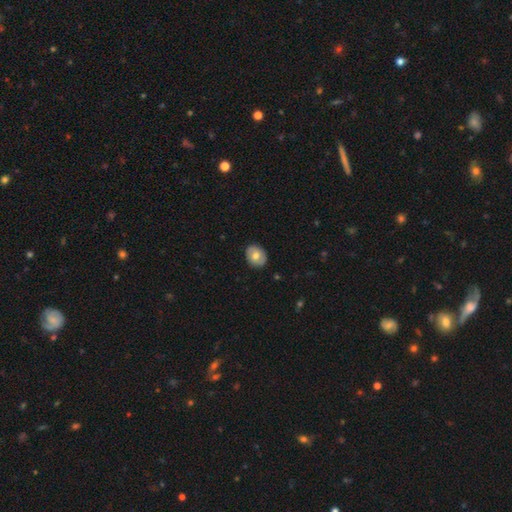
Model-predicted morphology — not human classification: smooth_or_featured: smooth (p=0.64) [alt: featured or disk p=0.28]
how_rounded: round (p=0.57) [alt: in between p=0.42]
merging: none (p=0.86) [alt: minor disturbance p=0.10]